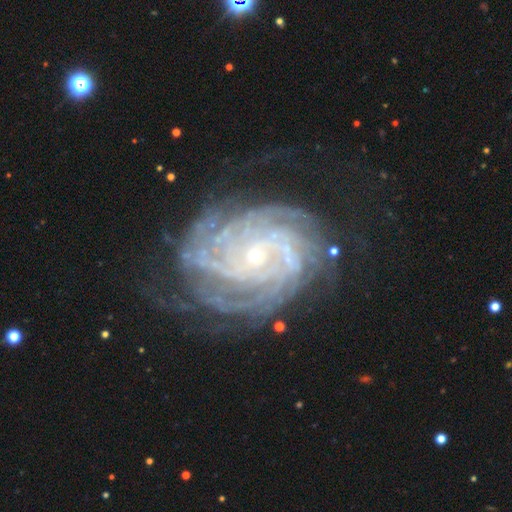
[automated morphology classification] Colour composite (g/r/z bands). It shows a featured or disk galaxy (90%) with no bar (69%), more than 4 (27%) tight (76%) spiral arms (98%) and a small central bulge (84%). Merging: none (70%).